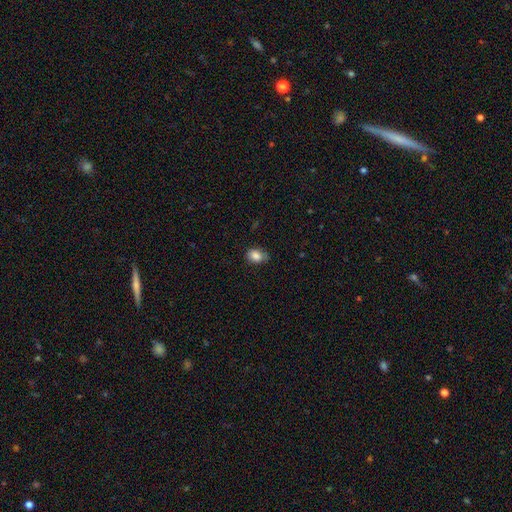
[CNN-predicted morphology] The model was most divided on "merging": none: 67%, minor disturbance: 27%, major disturbance: 5%, merger: 2%. More confident: smooth or featured — smooth (85%); how rounded — in between (72%).